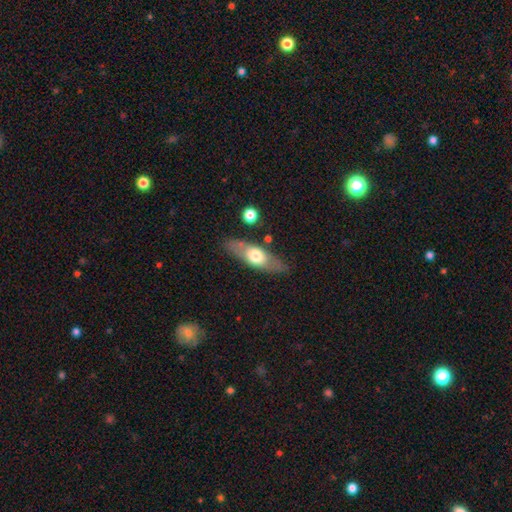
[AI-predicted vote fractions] Smooth or featured? smooth (48%)
Merging? none (78%)